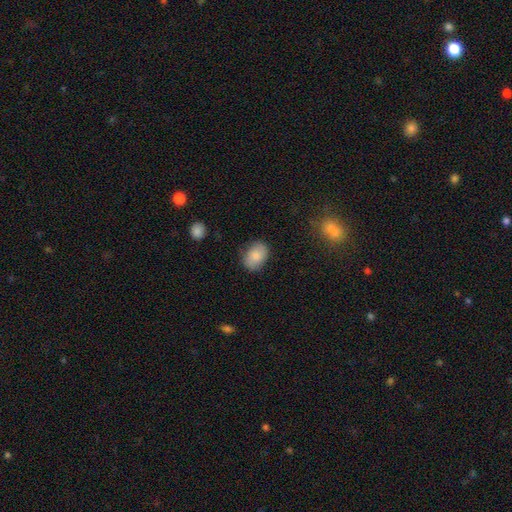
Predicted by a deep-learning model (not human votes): Morphology: type=smooth (85%); roundness=in between (81%); merging=none (81%).